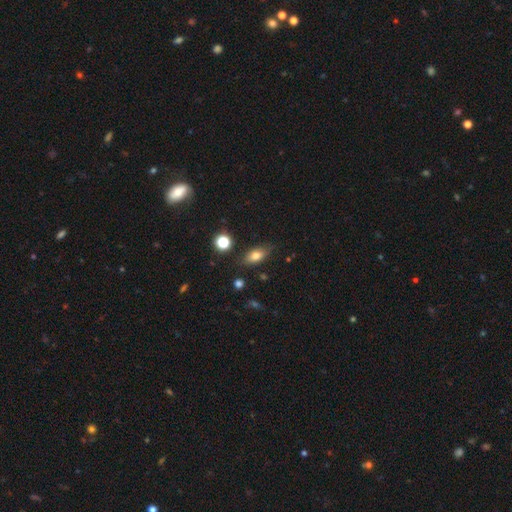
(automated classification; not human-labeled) smooth-or-featured: smooth: 75% | featured or disk: 14% | star or artifact: 10%
  how-rounded: in between: 84% | round: 8% | cigar-shaped: 8%
  merging: none: 78% | minor disturbance: 16% | major disturbance: 3% | merger: 3%